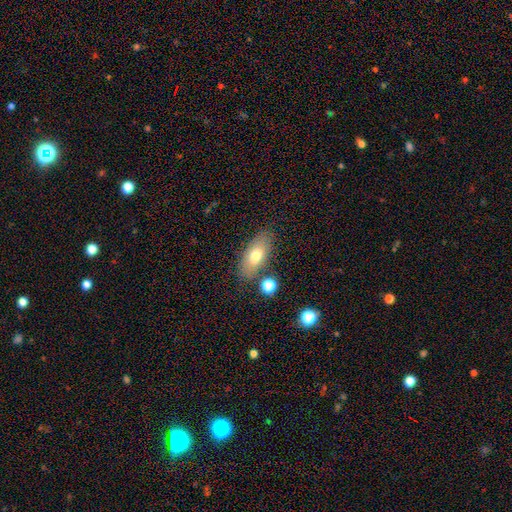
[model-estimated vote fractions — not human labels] smooth 70%, featured or disk 22%, star or artifact 8%. Down the decision tree: how rounded — in between (84%); merging — none (77%).